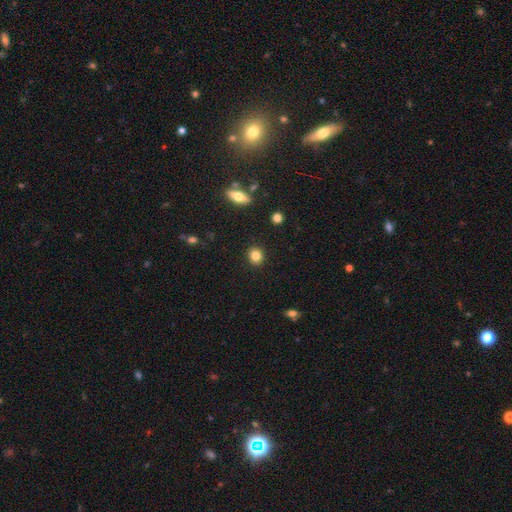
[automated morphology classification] A smooth galaxy with no disk features (83%) that is round (78%). Merging: none (91%).